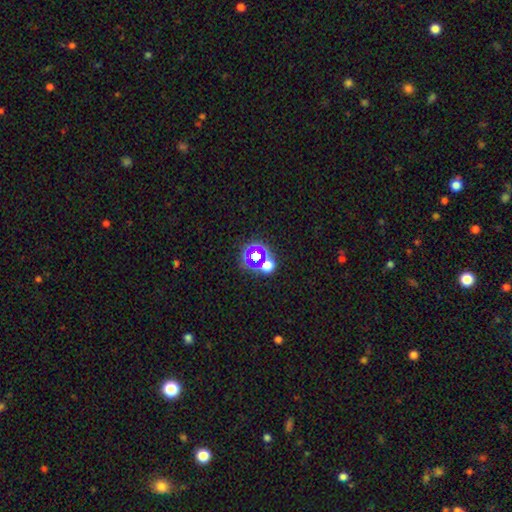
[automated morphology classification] A star or artifact, not a galaxy (51%).

Vote fractions:
- Smooth or featured? star or artifact: 51% / smooth: 36% / featured or disk: 13%